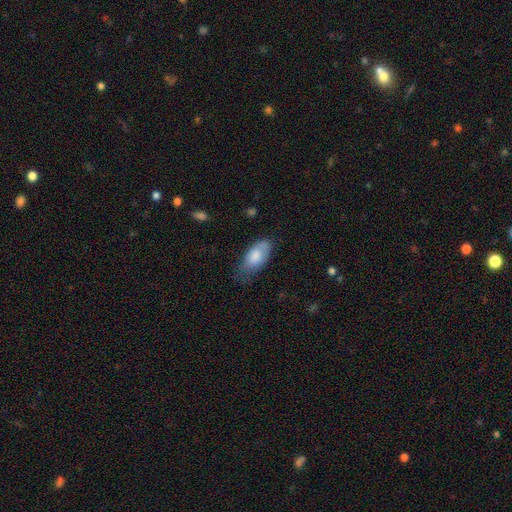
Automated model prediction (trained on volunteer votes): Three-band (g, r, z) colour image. It shows a smooth galaxy with no disk features (80%) that is in between round and cigar-shaped (91%). Merging: none (46%).